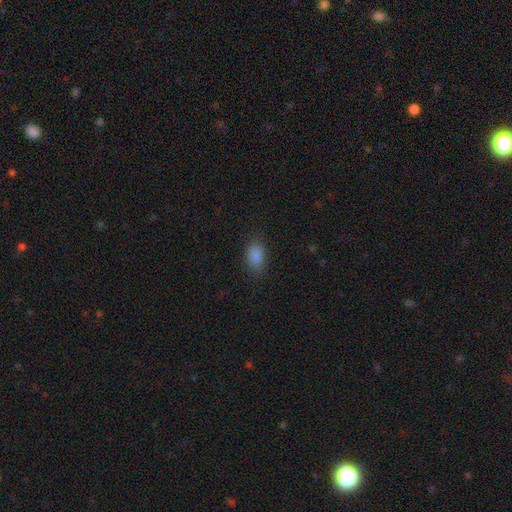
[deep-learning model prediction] smooth-or-featured: smooth: 87% | star or artifact: 9% | featured or disk: 4%
  how-rounded: in between: 88% | round: 10% | cigar-shaped: 2%
  merging: none: 83% | minor disturbance: 12% | major disturbance: 4% | merger: 1%